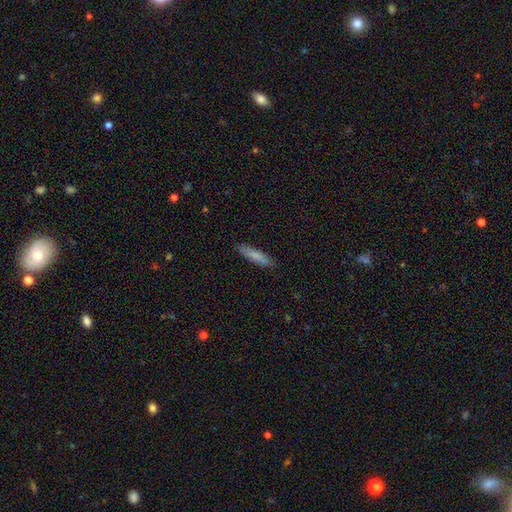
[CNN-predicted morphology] Smooth or featured?
  - smooth: 81% *
  - featured or disk: 13%
  - star or artifact: 6%
How rounded?
  - cigar-shaped: 82% *
  - in between: 16%
  - round: 1%
Merging?
  - none: 87% *
  - minor disturbance: 10%
  - major disturbance: 2%
  - merger: 1%